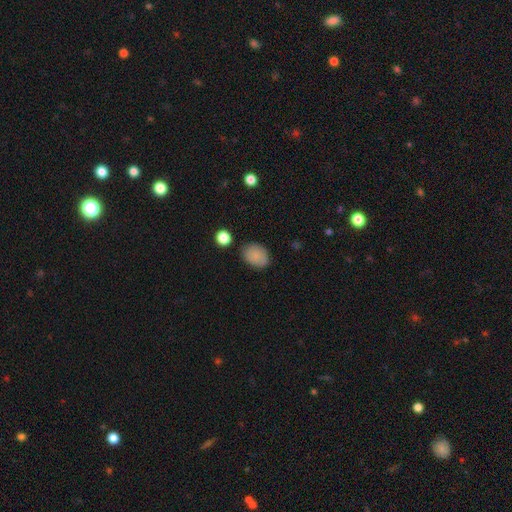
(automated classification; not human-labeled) Smooth or featured?
  - smooth: 84% *
  - star or artifact: 8%
  - featured or disk: 8%
How rounded?
  - in between: 68% *
  - round: 31%
  - cigar-shaped: 1%
Merging?
  - none: 79% *
  - minor disturbance: 15%
  - major disturbance: 3%
  - merger: 3%